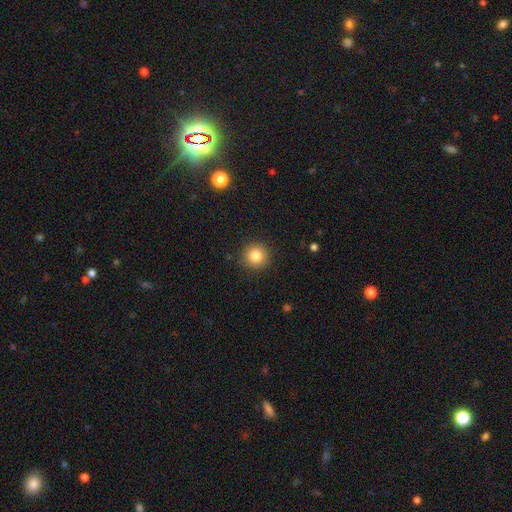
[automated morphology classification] A smooth galaxy with no disk features (83%) that is round (94%). Merging: none (90%).